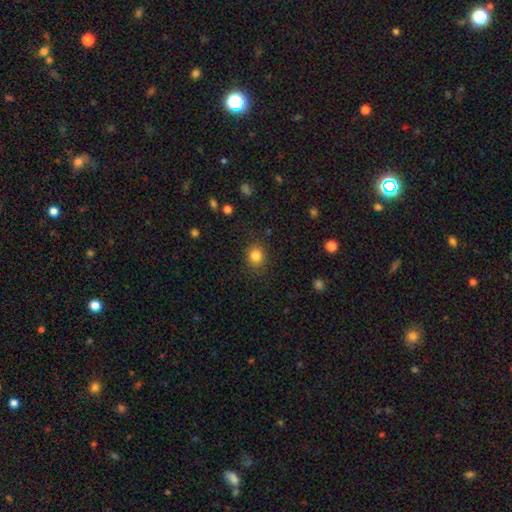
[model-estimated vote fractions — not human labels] This is clearly a smooth galaxy (83%). How rounded: likely round (76%). Merging: clearly none (85%).